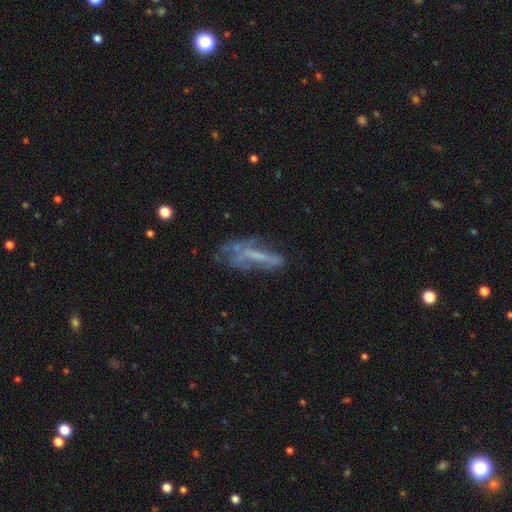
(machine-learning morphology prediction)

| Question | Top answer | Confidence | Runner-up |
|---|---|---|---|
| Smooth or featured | featured or disk | 55% | smooth (31%) |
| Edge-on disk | no | 78% | yes (22%) |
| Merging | none | 38% | major disturbance (31%) |